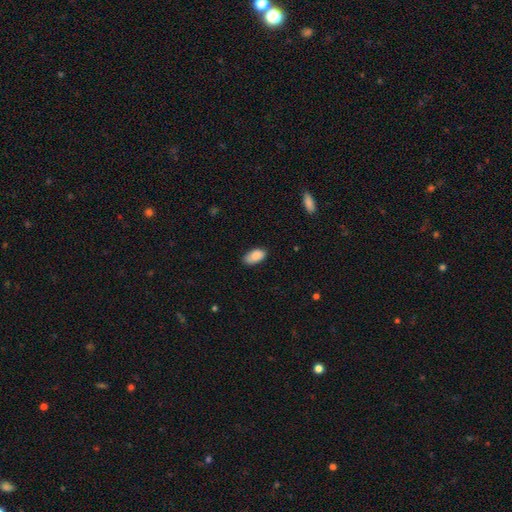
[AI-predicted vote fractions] This appears to be a smooth galaxy with no disk features (89%) that is in between round and cigar-shaped (94%). Merging: none (80%).